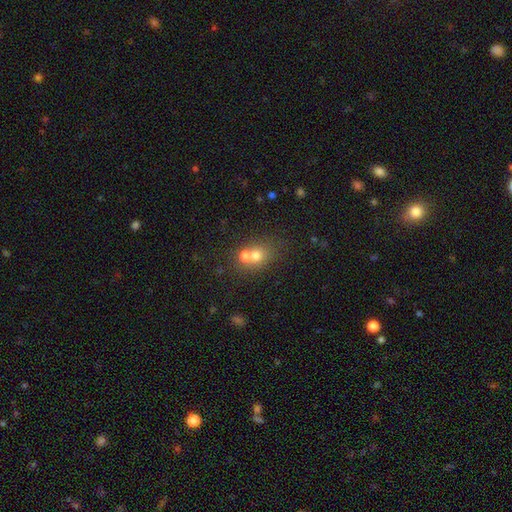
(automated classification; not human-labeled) smooth_or_featured: smooth (p=0.68) [alt: featured or disk p=0.18]
how_rounded: round (p=0.69) [alt: in between p=0.30]
merging: merger (p=0.56) [alt: none p=0.35]